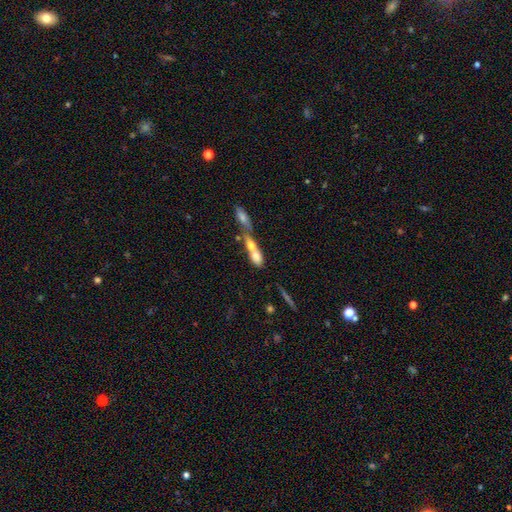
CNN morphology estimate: This is likely a smooth galaxy (67%). How rounded: likely in between (67%). Merging: likely merger (73%).